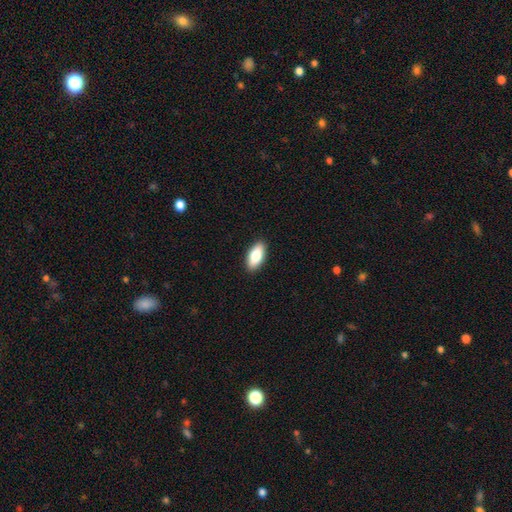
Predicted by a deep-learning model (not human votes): smooth_or_featured: smooth (p=0.81) [alt: featured or disk p=0.13]
how_rounded: in between (p=0.88) [alt: cigar-shaped p=0.09]
merging: none (p=0.91) [alt: minor disturbance p=0.07]